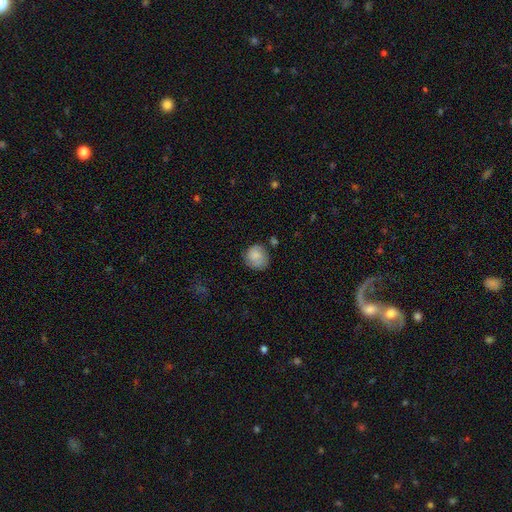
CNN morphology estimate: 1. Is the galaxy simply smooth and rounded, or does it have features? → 74% smooth, 19% featured or disk, 8% star or artifact.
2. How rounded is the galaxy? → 82% round, 17% in between, 1% cigar-shaped.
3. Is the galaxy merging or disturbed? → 73% none, 19% minor disturbance, 5% major disturbance, 3% merger.